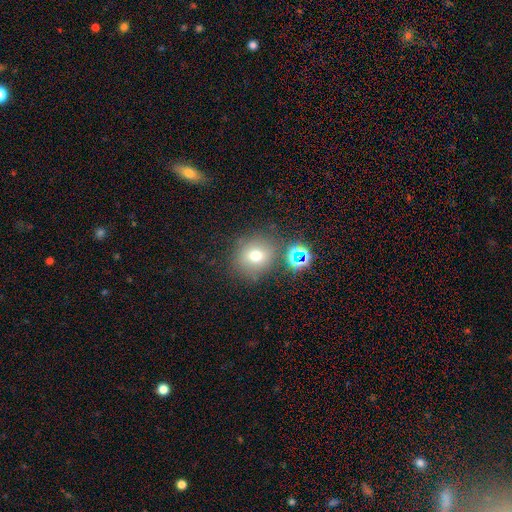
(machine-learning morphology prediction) Q: Smooth or featured?
A: smooth (68%); runner-up: star or artifact (19%)
Q: How rounded?
A: round (82%); runner-up: in between (17%)
Q: Merging?
A: none (75%); runner-up: minor disturbance (12%)